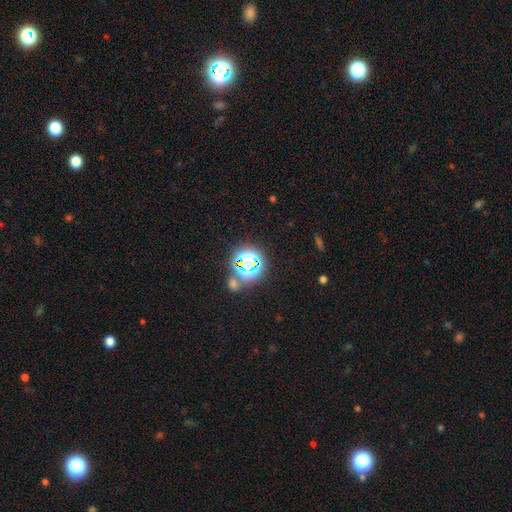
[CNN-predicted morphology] Smooth or featured? star or artifact (71%)